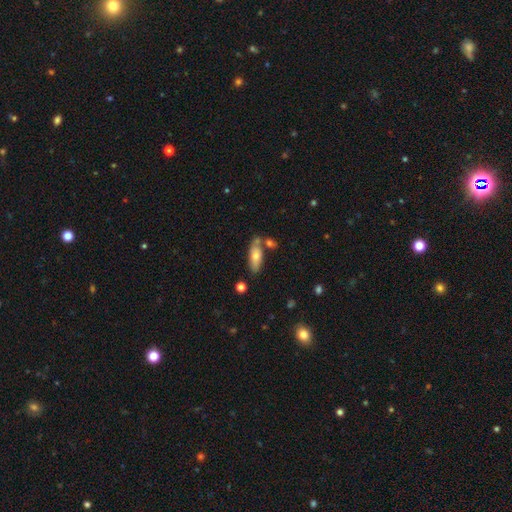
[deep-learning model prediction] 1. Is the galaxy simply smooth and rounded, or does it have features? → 71% smooth, 23% featured or disk, 7% star or artifact.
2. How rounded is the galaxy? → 69% in between, 28% cigar-shaped, 2% round.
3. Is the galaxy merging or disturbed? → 65% none, 16% minor disturbance, 15% merger, 4% major disturbance.